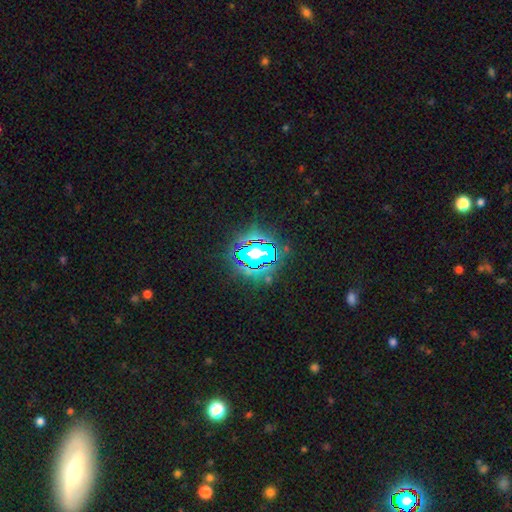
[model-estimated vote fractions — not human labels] star or artifact 63%, smooth 22%, featured or disk 15%.